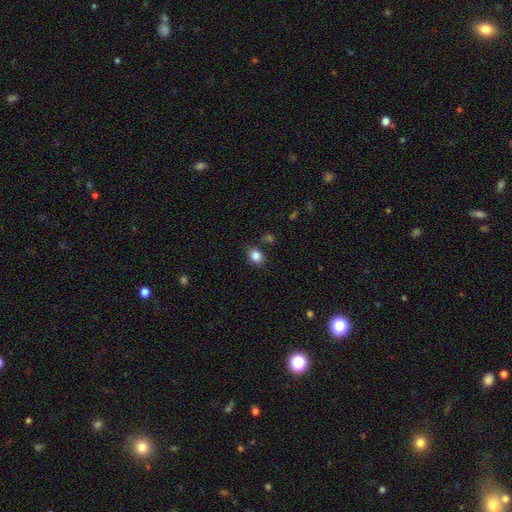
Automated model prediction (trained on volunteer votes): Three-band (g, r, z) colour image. It shows a smooth galaxy with no disk features (85%) that is round (51%). Merging: none (80%).